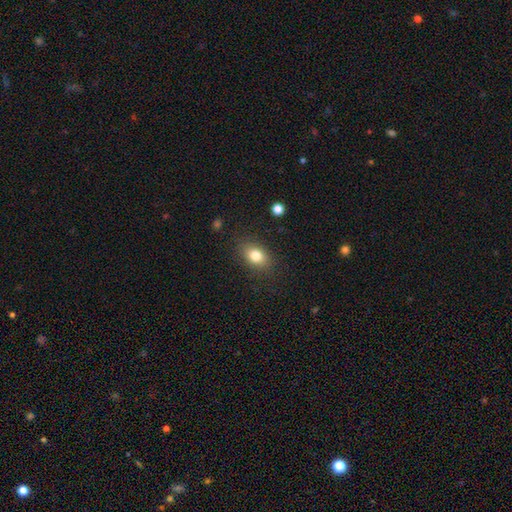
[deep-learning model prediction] smooth 80%, star or artifact 10%, featured or disk 10%. Down the decision tree: how rounded — in between (75%); merging — none (84%).